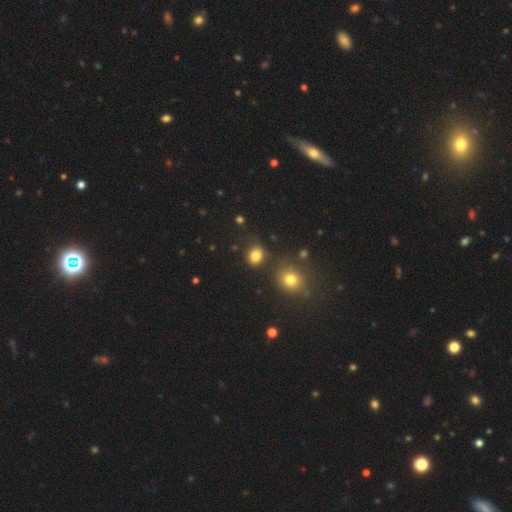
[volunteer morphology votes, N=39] Volunteers were most divided on "how rounded": round: 71%, in between: 29%, cigar-shaped: 0%. More confident: smooth or featured — smooth (90%); merging — none (72%).